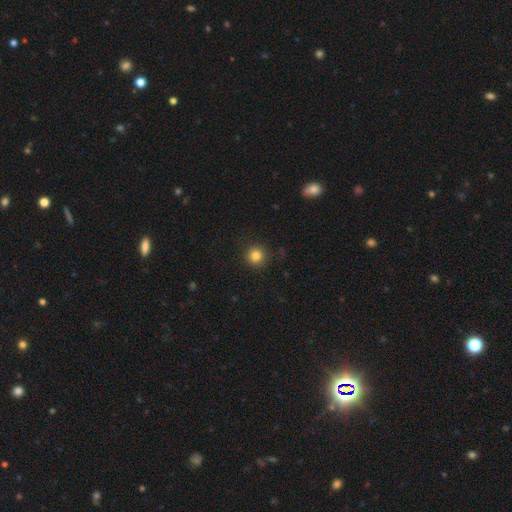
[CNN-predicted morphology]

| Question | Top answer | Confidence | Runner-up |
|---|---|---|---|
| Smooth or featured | smooth | 82% | star or artifact (13%) |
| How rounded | round | 95% | in between (4%) |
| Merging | none | 91% | minor disturbance (6%) |